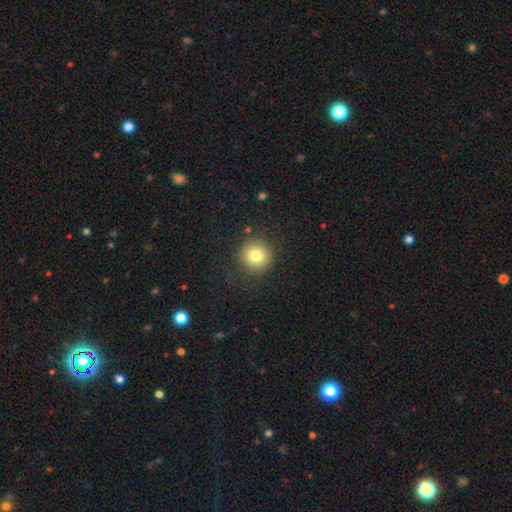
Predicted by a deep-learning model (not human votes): smooth 79%, star or artifact 12%, featured or disk 9%. Down the decision tree: how rounded — round (94%); merging — none (89%).